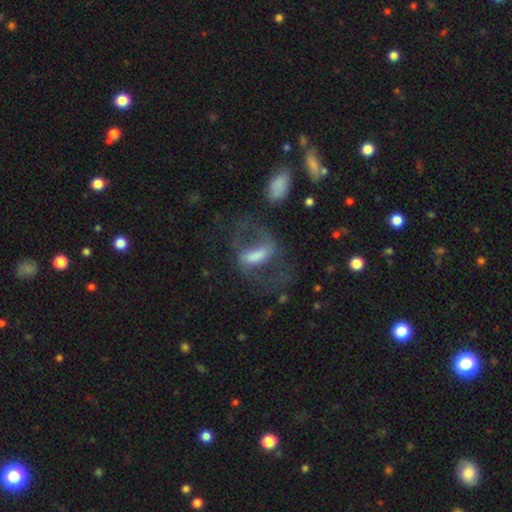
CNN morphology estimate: This appears to be a featured or disk galaxy (69%) with a strong bar (55%), 2 (86%) loose (50%) spiral arms (79%) and a moderate central bulge (32%). Merging: none (47%).